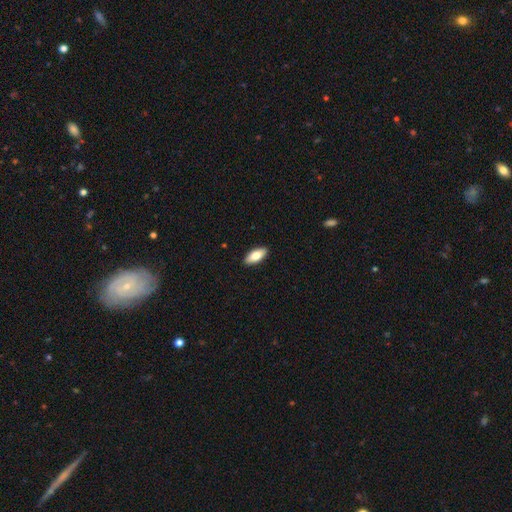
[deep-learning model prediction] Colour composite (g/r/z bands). It shows a smooth galaxy with no disk features (77%) that is in between round and cigar-shaped (82%). Merging: none (90%).